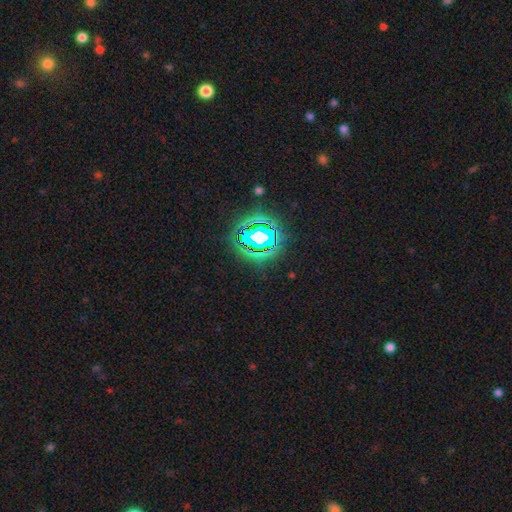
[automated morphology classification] Overall: star or artifact (84%).